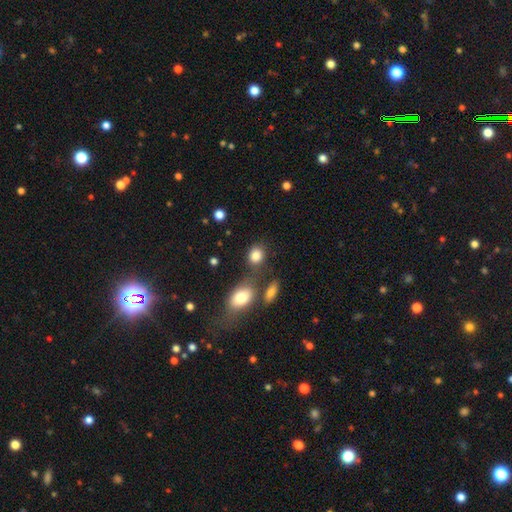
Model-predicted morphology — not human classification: smooth-or-featured: smooth: 84% | star or artifact: 9% | featured or disk: 7%
  how-rounded: round: 55% | in between: 43% | cigar-shaped: 2%
  merging: none: 61% | merger: 20% | minor disturbance: 14% | major disturbance: 6%